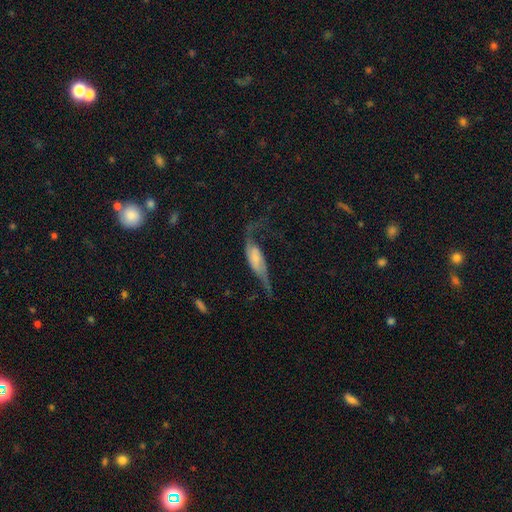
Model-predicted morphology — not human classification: A featured or disk galaxy (67%). Merging: major disturbance (40%).